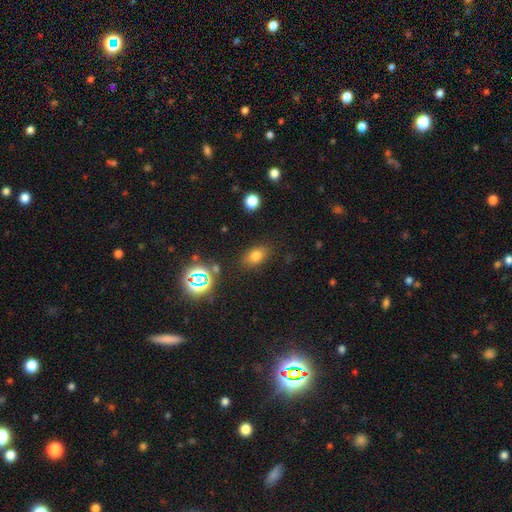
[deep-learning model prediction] A smooth galaxy with no disk features (74%) that is in between round and cigar-shaped (81%). Merging: none (83%).